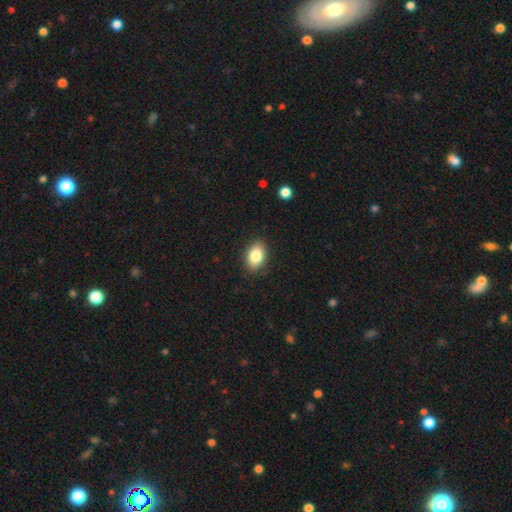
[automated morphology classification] Smooth or featured?
  - smooth: 84% *
  - featured or disk: 8%
  - star or artifact: 8%
How rounded?
  - in between: 83% *
  - round: 15%
  - cigar-shaped: 1%
Merging?
  - none: 89% *
  - minor disturbance: 8%
  - major disturbance: 2%
  - merger: 1%